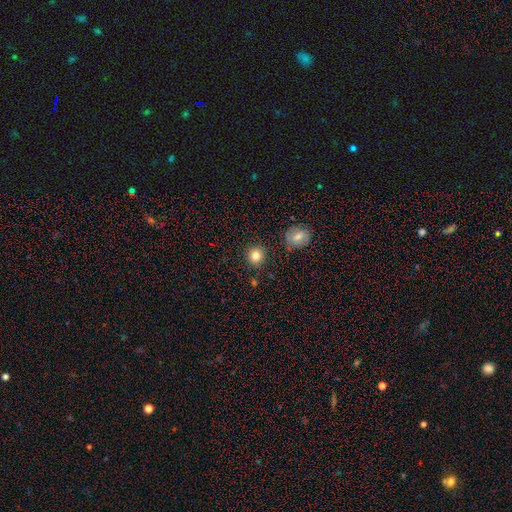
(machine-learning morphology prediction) This appears to be a smooth galaxy with no disk features (83%) that is round (92%). Merging: none (88%).